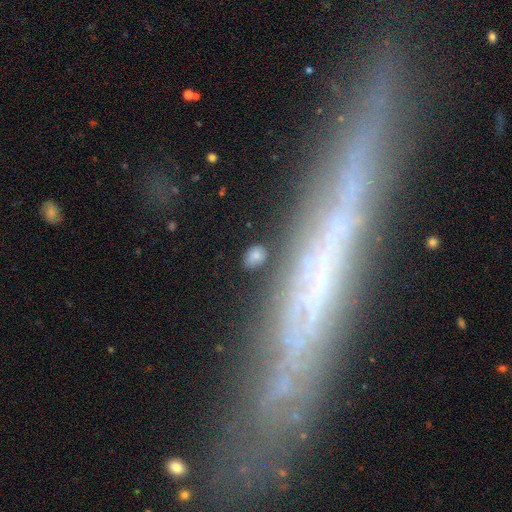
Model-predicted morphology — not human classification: Smooth or featured?
  - smooth: 74% *
  - featured or disk: 14%
  - star or artifact: 13%
How rounded?
  - in between: 66% *
  - round: 32%
  - cigar-shaped: 2%
Merging?
  - none: 76% *
  - minor disturbance: 14%
  - major disturbance: 6%
  - merger: 4%